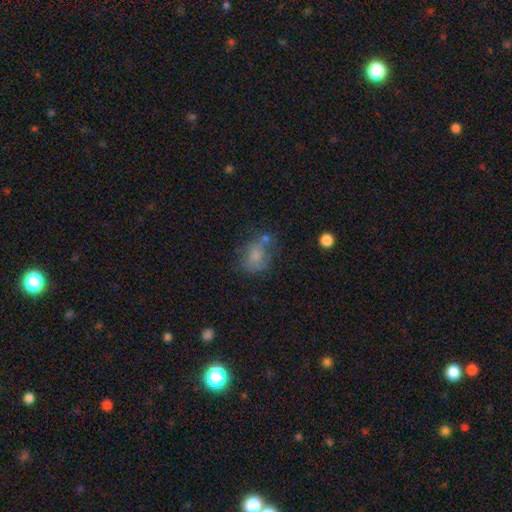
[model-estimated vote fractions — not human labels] Overall: smooth (65%). How rounded: in between (62%; round 37%). Merging: none (41%; minor disturbance 25%).